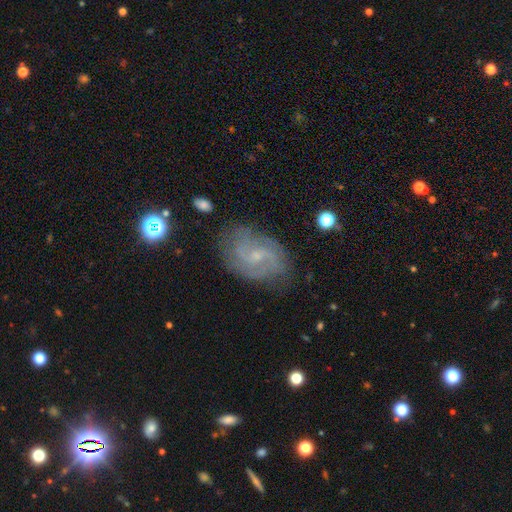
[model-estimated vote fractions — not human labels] smooth-or-featured: featured or disk: 81% | smooth: 11% | star or artifact: 8%
  disk-edge-on: no: 97% | yes: 3%
    bar: weak: 50% | no: 43% | strong: 8%
    has-spiral-arms: yes: 95% | no: 5%
      spiral-winding: medium: 46% | tight: 38% | loose: 15%
      spiral-arm-count: 2: 59% | can't tell: 19% | 3: 11% | 4: 4% | 1: 4% | more than 4: 3%
    bulge-size: small: 70% | moderate: 21% | none: 7% | large: 1% | dominant: 1%
  merging: none: 76% | minor disturbance: 17% | major disturbance: 6% | merger: 2%